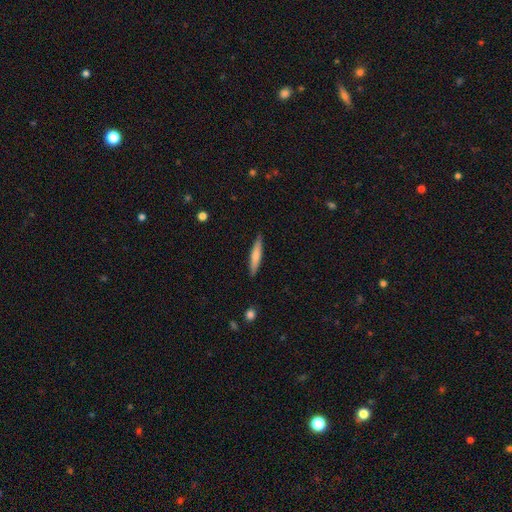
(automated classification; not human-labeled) Smooth or featured? Predicted: smooth (p=0.68). How rounded? Predicted: cigar-shaped (p=0.91). Merging? Predicted: none (p=0.89).